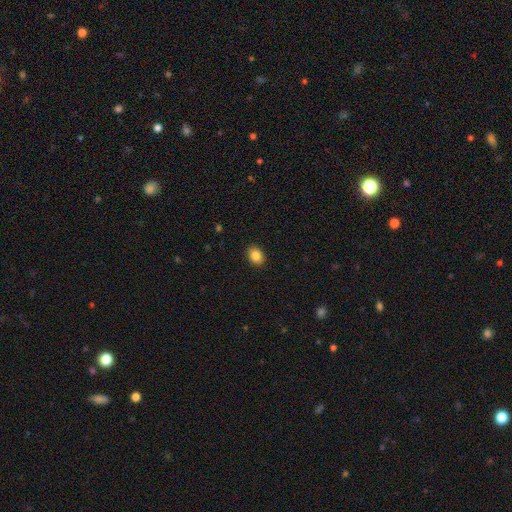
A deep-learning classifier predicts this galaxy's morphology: Smooth or featured? Predicted: smooth (p=0.85). How rounded? Predicted: in between (p=0.64). Merging? Predicted: none (p=0.91).